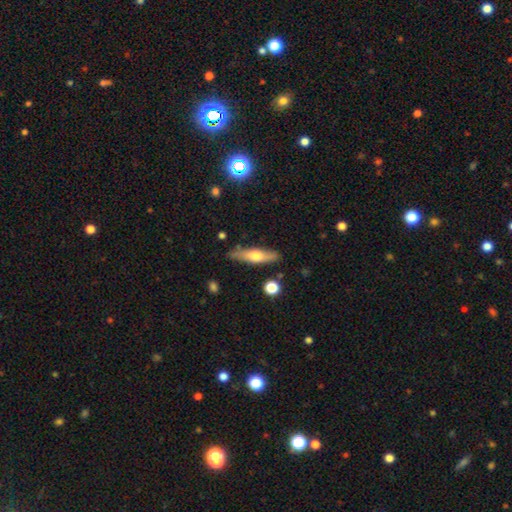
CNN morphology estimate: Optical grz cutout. It shows a smooth galaxy with no disk features (50%) that is cigar-shaped (71%). Merging: none (81%).